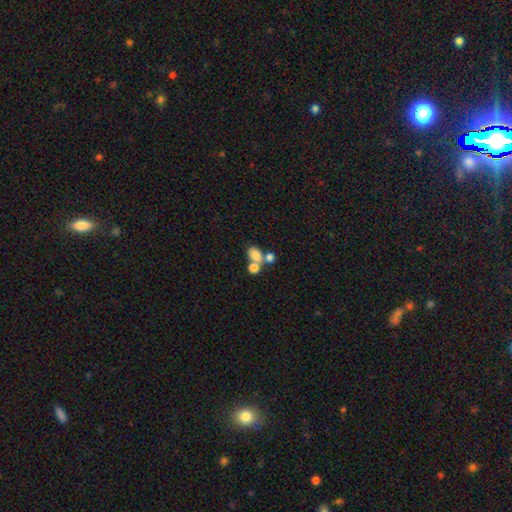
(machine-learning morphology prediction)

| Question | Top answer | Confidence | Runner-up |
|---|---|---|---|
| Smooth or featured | smooth | 77% | featured or disk (12%) |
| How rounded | in between | 69% | round (30%) |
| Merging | merger | 54% | none (32%) |